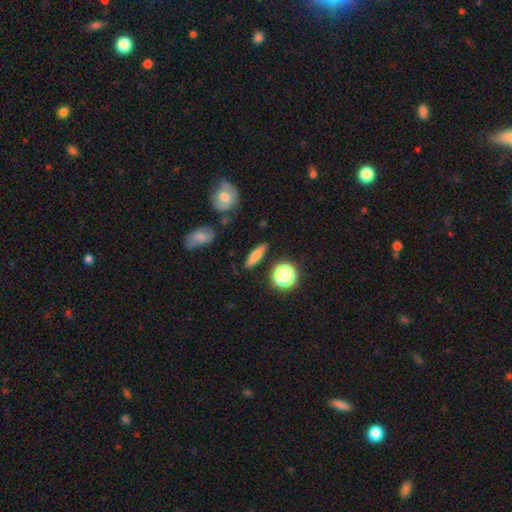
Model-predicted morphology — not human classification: Overall: smooth (65%). How rounded: cigar-shaped (64%; in between 27%). Merging: none (86%).